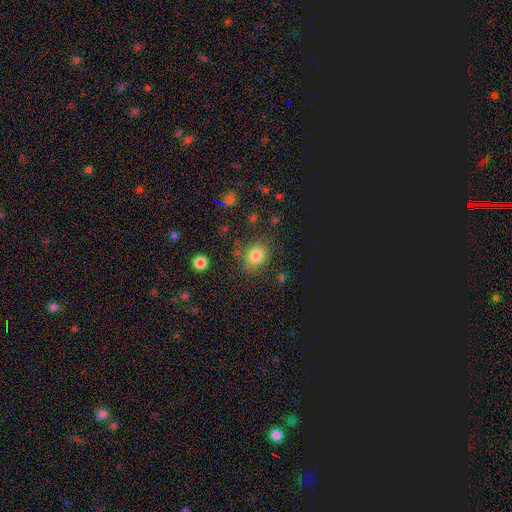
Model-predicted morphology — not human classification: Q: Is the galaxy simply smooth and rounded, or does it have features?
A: smooth — 81%.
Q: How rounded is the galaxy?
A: round — 58%.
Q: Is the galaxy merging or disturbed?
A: none — 76%.